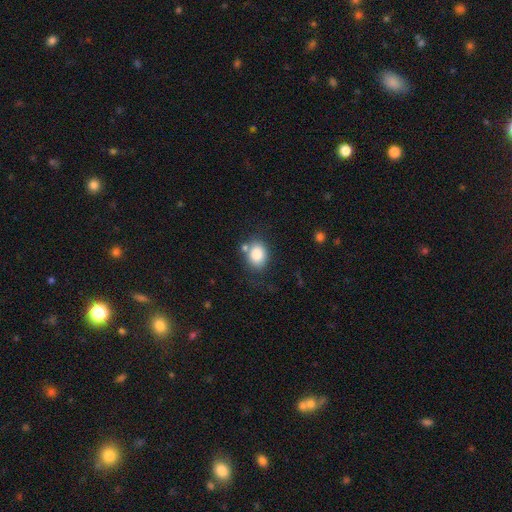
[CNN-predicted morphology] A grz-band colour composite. It shows a smooth galaxy with no disk features (84%) that is in between round and cigar-shaped (53%). Merging: none (68%).